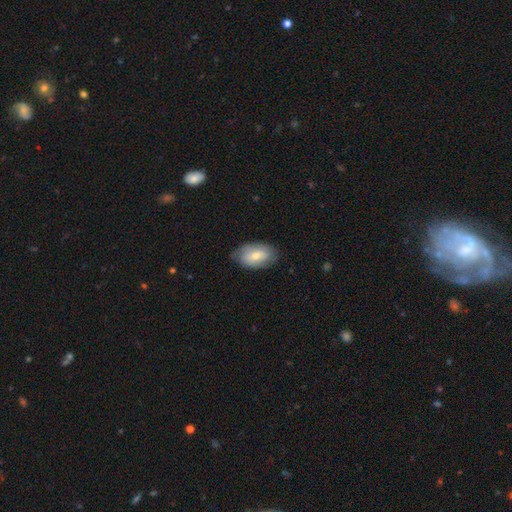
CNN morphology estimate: Smooth or featured?
  - smooth: 56% *
  - featured or disk: 37%
  - star or artifact: 6%
How rounded?
  - in between: 91% *
  - round: 7%
  - cigar-shaped: 2%
Merging?
  - none: 75% *
  - minor disturbance: 19%
  - major disturbance: 5%
  - merger: 1%